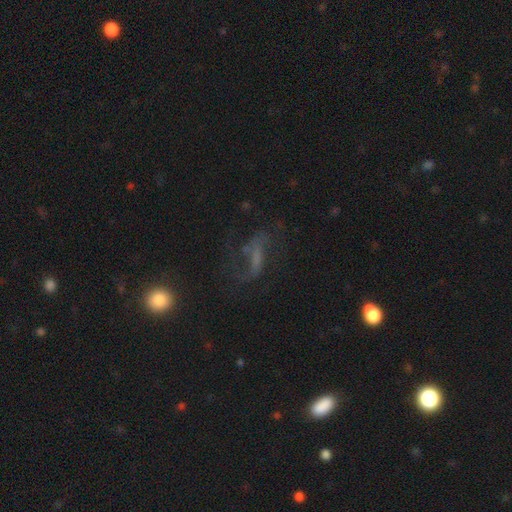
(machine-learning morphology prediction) featured or disk 55%, smooth 24%, star or artifact 21%. Down the decision tree: edge-on disk — no (89%); merging — none (51%).